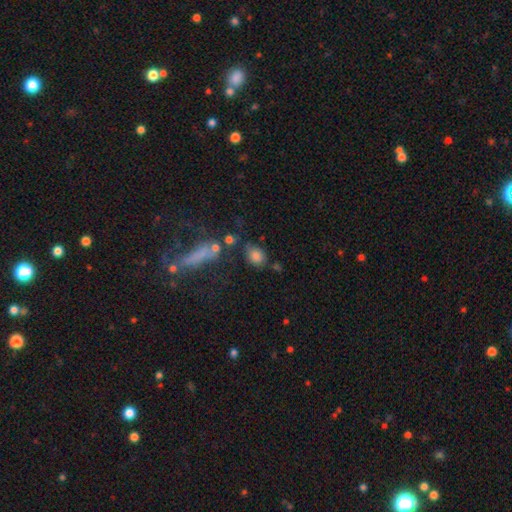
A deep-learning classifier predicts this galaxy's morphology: type=smooth (80%); roundness=in between (51%); merging=none (65%).